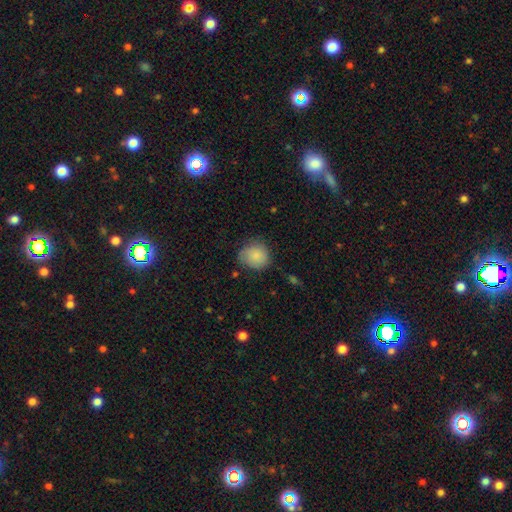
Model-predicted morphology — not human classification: This is clearly a smooth galaxy (85%). How rounded: clearly round (80%). Merging: likely none (69%).